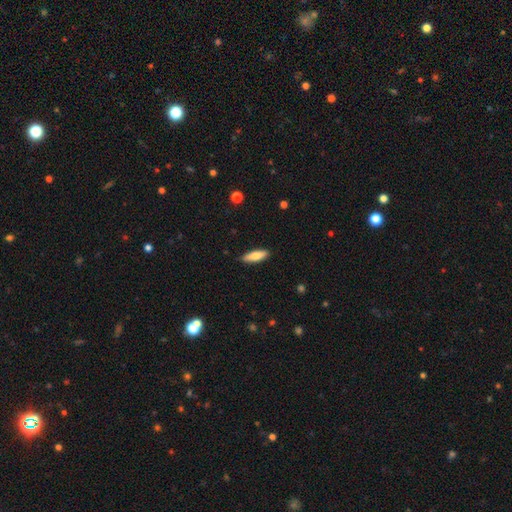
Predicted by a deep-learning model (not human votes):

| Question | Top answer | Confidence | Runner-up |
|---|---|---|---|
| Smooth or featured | smooth | 79% | featured or disk (15%) |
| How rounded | cigar-shaped | 50% | in between (49%) |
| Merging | none | 88% | minor disturbance (9%) |